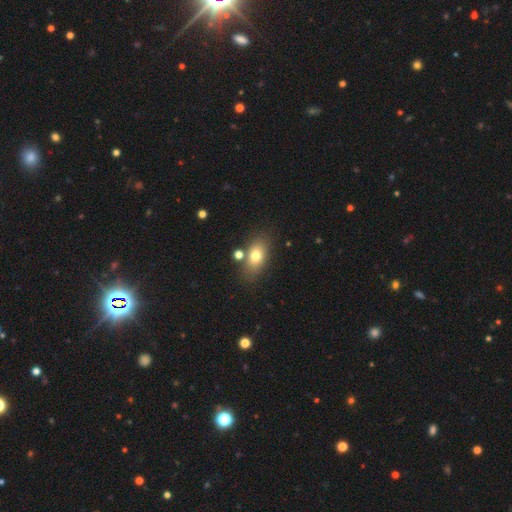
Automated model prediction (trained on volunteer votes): Smooth or featured: smooth — 74% (featured or disk — 16%)
How rounded: in between — 83% (round — 13%)
Merging: none — 73% (minor disturbance — 12%)